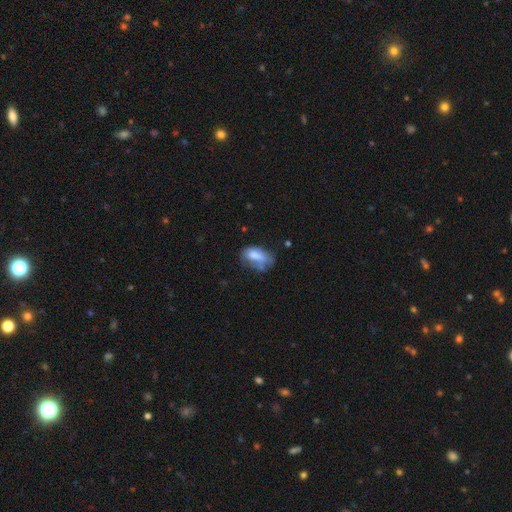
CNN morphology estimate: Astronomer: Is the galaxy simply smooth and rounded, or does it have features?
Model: smooth — 68%.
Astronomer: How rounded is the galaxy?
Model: in between — 87%.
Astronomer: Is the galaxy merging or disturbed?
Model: none — 34% (runner-up: minor disturbance, 32%).